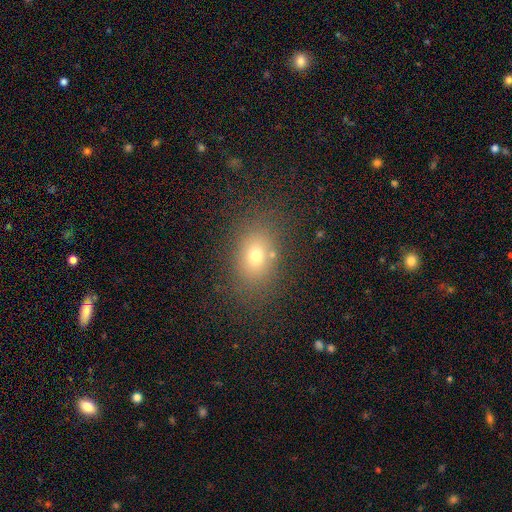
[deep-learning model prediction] A smooth galaxy with no disk features (71%) that is in between round and cigar-shaped (72%). Merging: none (80%).